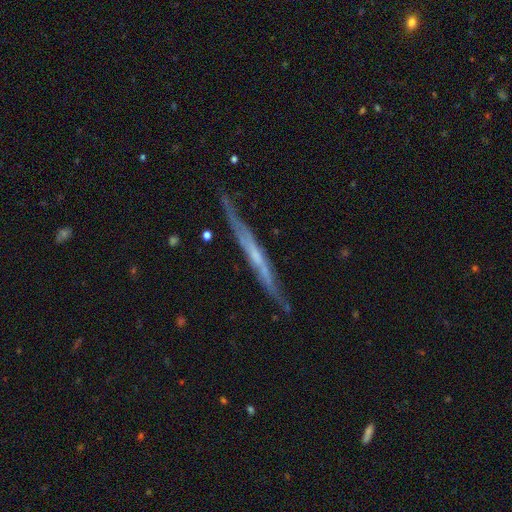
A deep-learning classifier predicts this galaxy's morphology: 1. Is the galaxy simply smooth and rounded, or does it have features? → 69% featured or disk, 25% smooth, 6% star or artifact.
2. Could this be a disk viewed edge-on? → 93% yes, 7% no.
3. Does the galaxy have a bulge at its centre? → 75% none, 17% rounded, 8% boxy.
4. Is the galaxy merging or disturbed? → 79% none, 16% minor disturbance, 3% major disturbance, 2% merger.